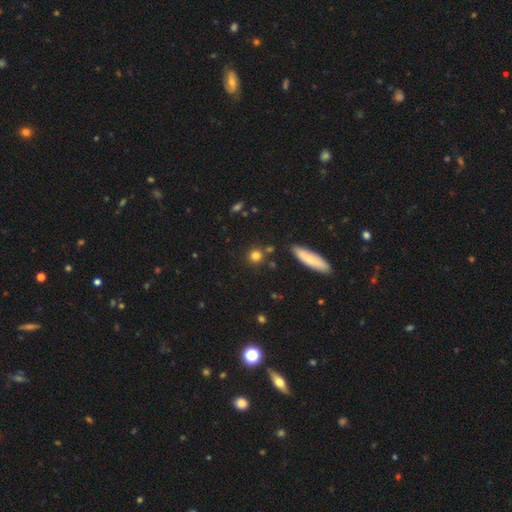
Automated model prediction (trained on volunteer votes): Smooth or featured? Predicted: smooth (p=0.80). How rounded? Predicted: round (p=0.85). Merging? Predicted: none (p=0.81).